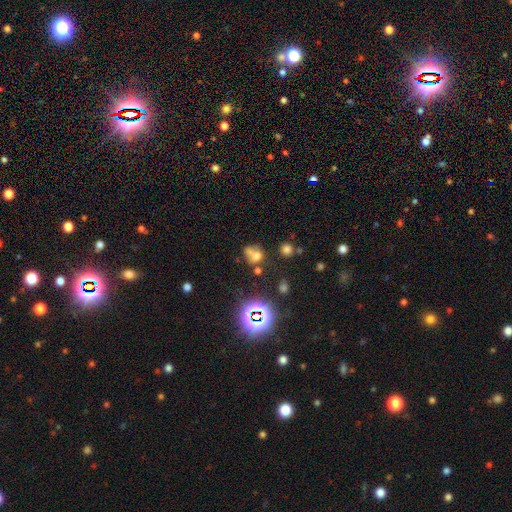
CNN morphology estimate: Q: Smooth or featured?
A: smooth (53%); runner-up: star or artifact (27%)
Q: How rounded?
A: round (58%); runner-up: in between (41%)
Q: Merging?
A: merger (50%); runner-up: none (32%)